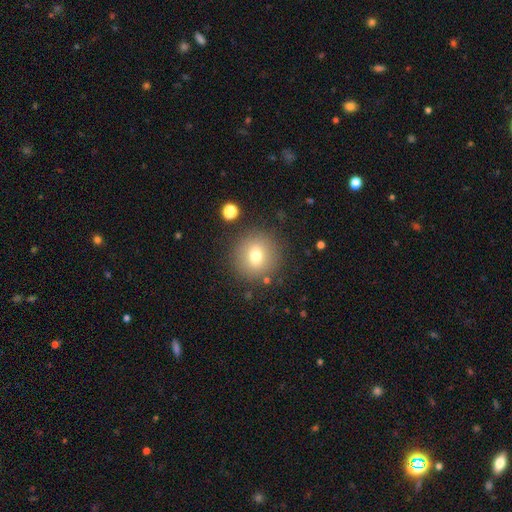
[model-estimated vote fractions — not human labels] smooth-or-featured: smooth: 72% | featured or disk: 16% | star or artifact: 12%
  how-rounded: round: 90% | in between: 9% | cigar-shaped: 1%
  merging: none: 85% | minor disturbance: 8% | major disturbance: 4% | merger: 3%